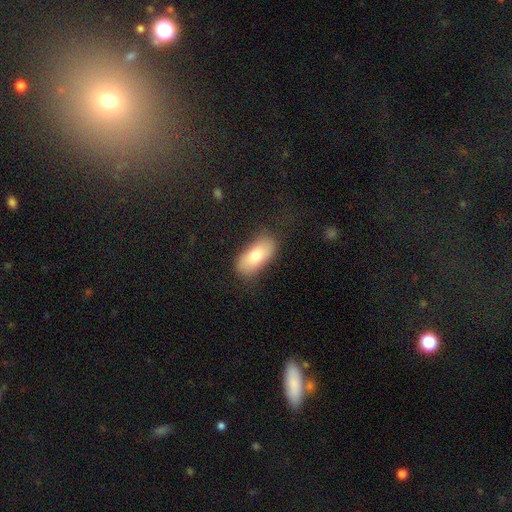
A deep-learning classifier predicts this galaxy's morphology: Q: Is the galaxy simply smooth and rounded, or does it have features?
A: smooth — 78%.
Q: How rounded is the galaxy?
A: in between — 89%.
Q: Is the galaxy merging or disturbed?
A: none — 76%.